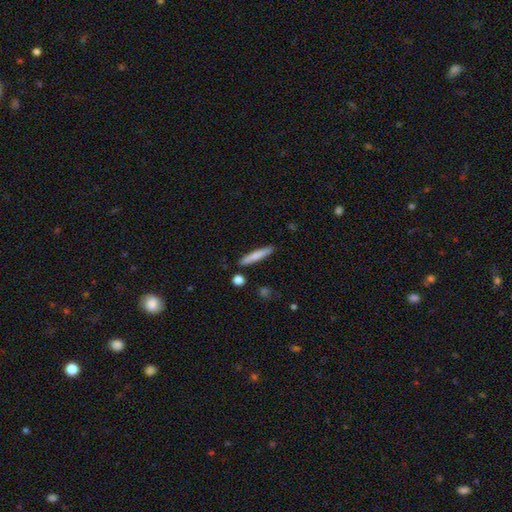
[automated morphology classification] This appears to be a smooth galaxy with no disk features (74%) that is cigar-shaped (92%). Merging: none (87%).